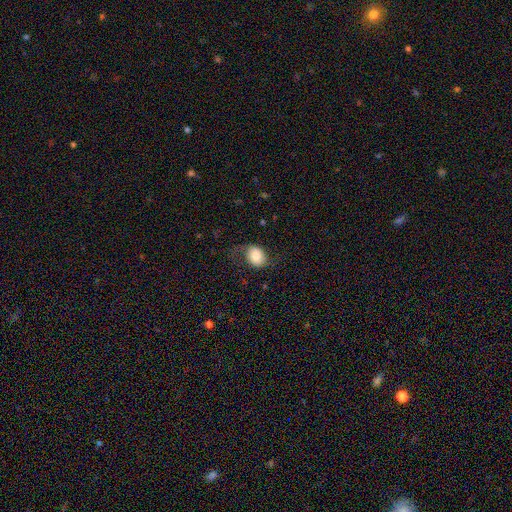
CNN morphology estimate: This is likely a smooth galaxy (63%). How rounded: likely in between (62%). Merging: possibly none (59%).